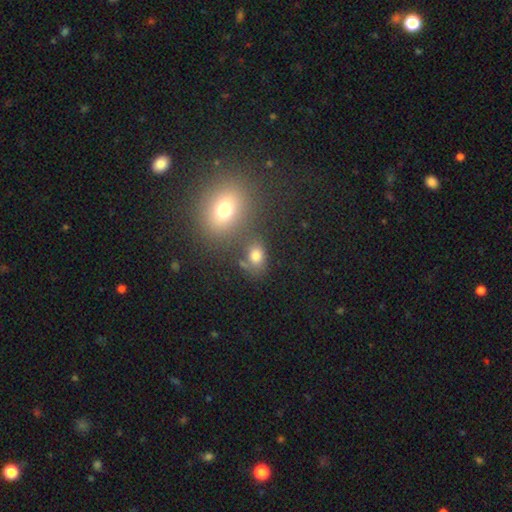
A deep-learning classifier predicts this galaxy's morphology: Smooth or featured?
  - smooth: 75% *
  - star or artifact: 16%
  - featured or disk: 10%
How rounded?
  - in between: 62% *
  - round: 36%
  - cigar-shaped: 2%
Merging?
  - none: 60% *
  - merger: 20%
  - minor disturbance: 13%
  - major disturbance: 7%